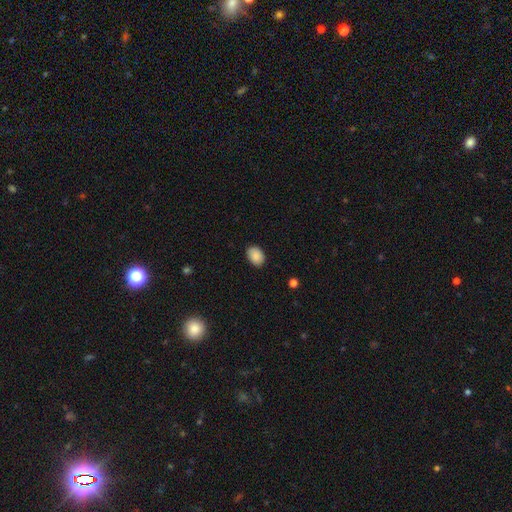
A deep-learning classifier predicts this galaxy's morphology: smooth 88%, star or artifact 8%, featured or disk 4%. Down the decision tree: how rounded — in between (76%); merging — none (87%).